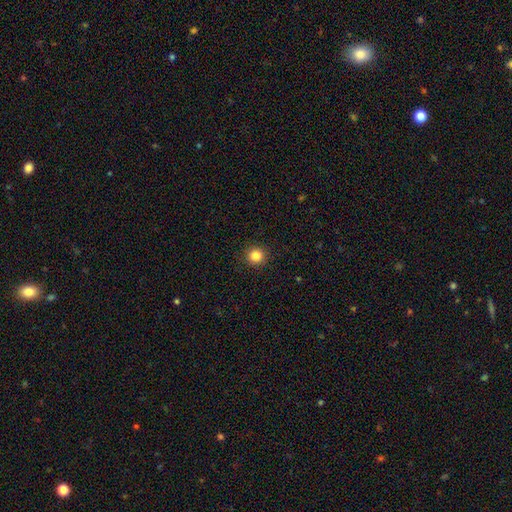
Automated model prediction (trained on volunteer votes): smooth_or_featured: smooth (p=0.85) [alt: star or artifact p=0.11]
how_rounded: round (p=0.93) [alt: in between p=0.06]
merging: none (p=0.92) [alt: minor disturbance p=0.05]